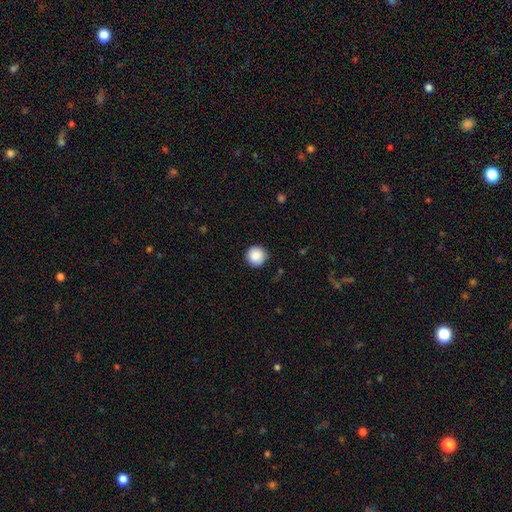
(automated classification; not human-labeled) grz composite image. It shows a smooth galaxy with no disk features (88%) that is round (96%). Merging: none (90%).